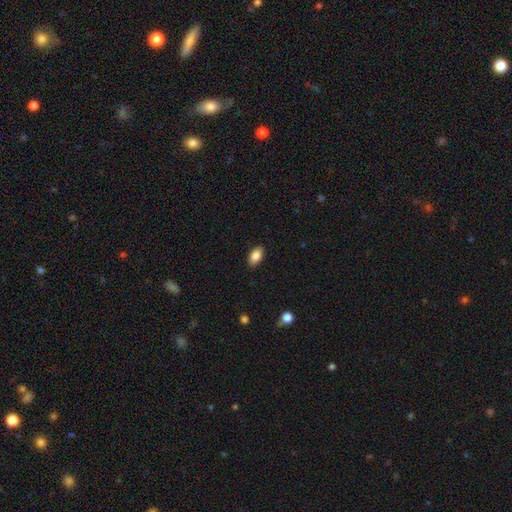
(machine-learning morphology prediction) Overall: smooth (86%). How rounded: in between (93%). Merging: none (89%).